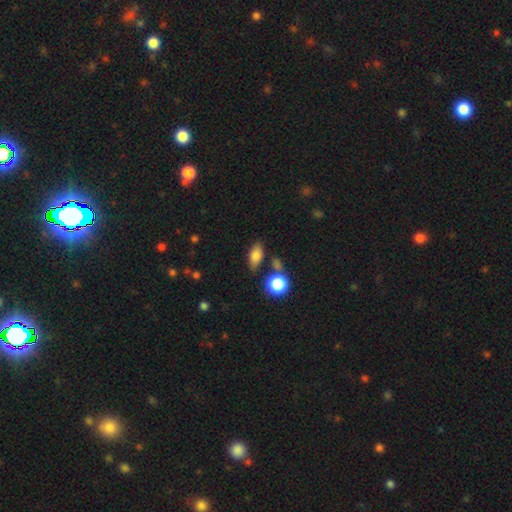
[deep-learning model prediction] Smooth or featured: smooth — 78% (featured or disk — 11%)
How rounded: in between — 81% (round — 11%)
Merging: none — 75% (minor disturbance — 14%)